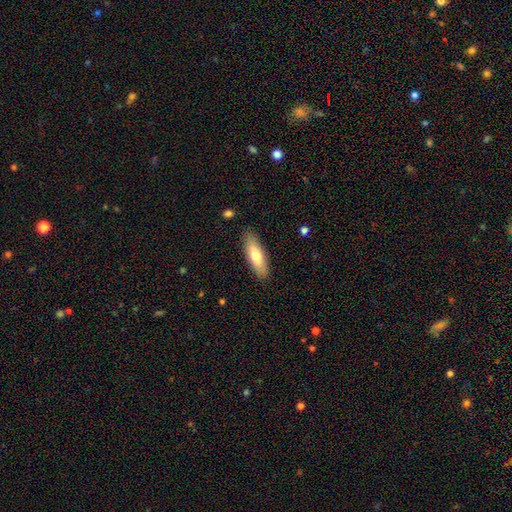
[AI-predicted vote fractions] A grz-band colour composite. It shows a smooth galaxy with no disk features (69%) that is in between round and cigar-shaped (53%). Merging: none (87%).